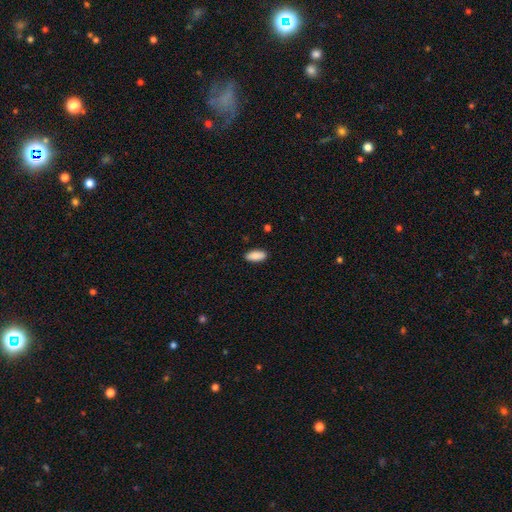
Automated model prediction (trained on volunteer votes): Smooth or featured? smooth (88%)
How rounded? in between (86%)
Merging? none (89%)